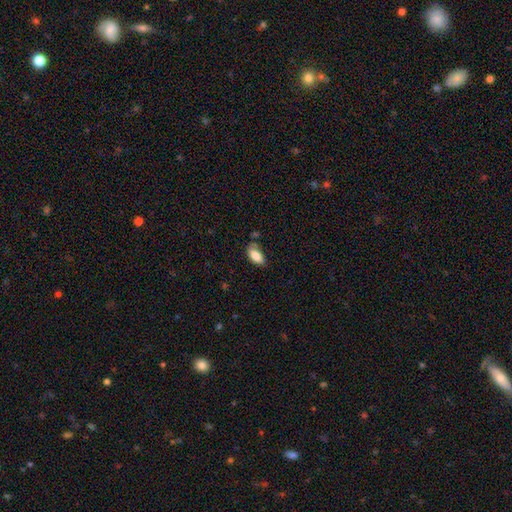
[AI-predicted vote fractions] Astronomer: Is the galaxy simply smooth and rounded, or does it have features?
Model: smooth — 85%.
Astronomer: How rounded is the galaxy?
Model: in between — 91%.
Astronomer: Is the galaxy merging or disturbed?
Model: none — 62%.